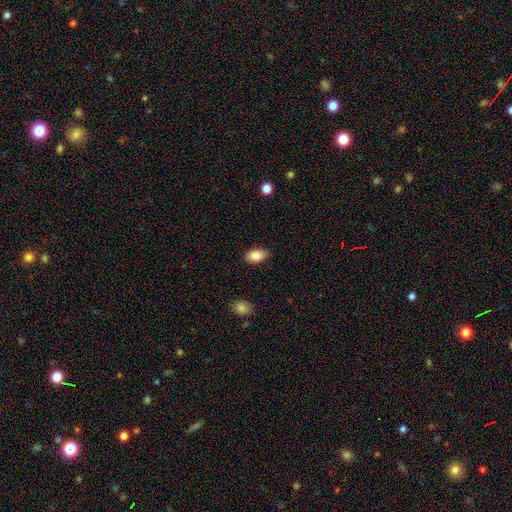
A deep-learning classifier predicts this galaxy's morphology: Smooth or featured: smooth — 87% (star or artifact — 8%)
How rounded: in between — 90% (round — 9%)
Merging: none — 83% (minor disturbance — 14%)